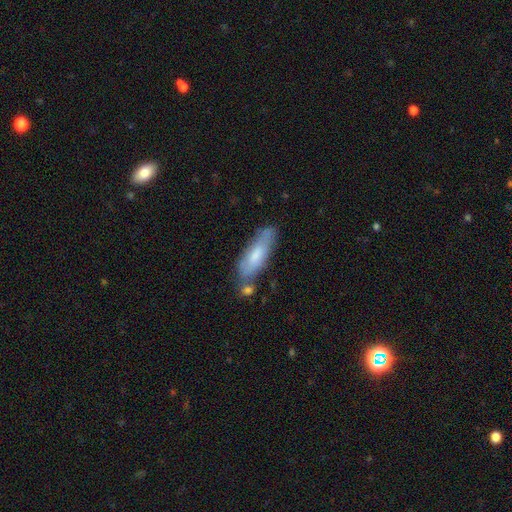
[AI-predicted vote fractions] The model was most divided on "how rounded": cigar-shaped: 50%, in between: 48%, round: 2%. More confident: merging — none (61%); smooth or featured — smooth (61%).